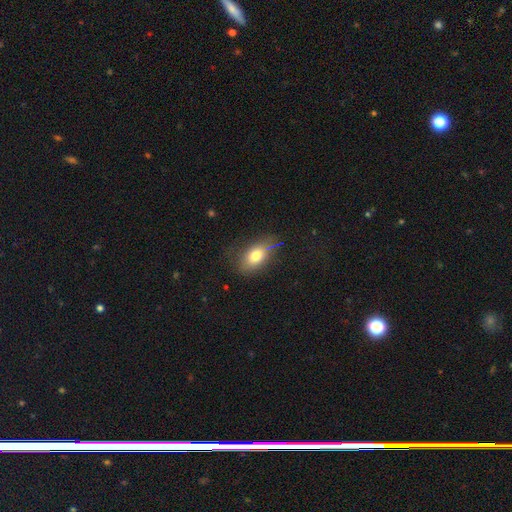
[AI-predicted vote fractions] Smooth or featured: smooth — 75% (featured or disk — 15%)
How rounded: in between — 83% (round — 13%)
Merging: none — 68% (minor disturbance — 23%)